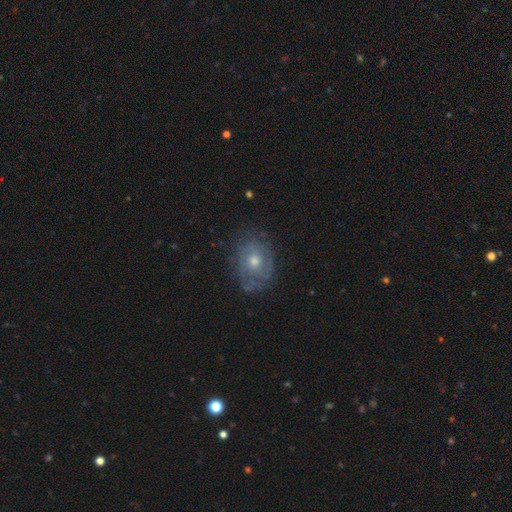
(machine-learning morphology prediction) The model was most divided on "smooth or featured": featured or disk: 45%, smooth: 36%, star or artifact: 19%. More confident: merging — none (80%).